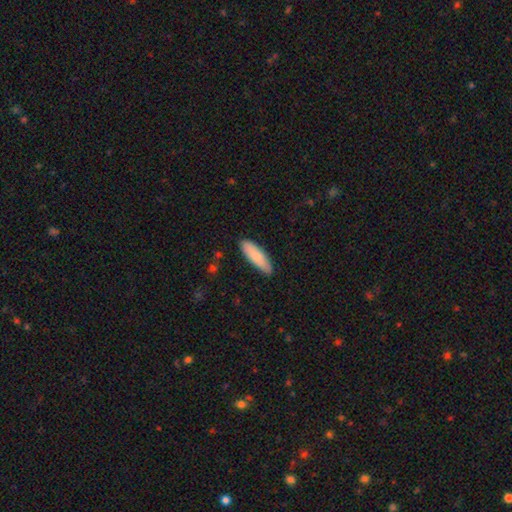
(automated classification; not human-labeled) This is clearly a smooth galaxy (84%). How rounded: possibly cigar-shaped (54%). Merging: clearly none (86%).